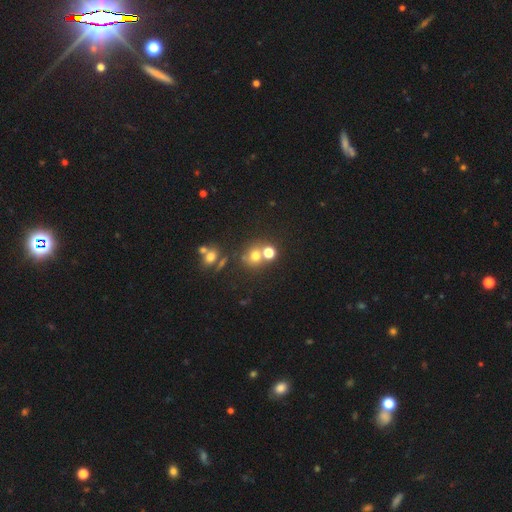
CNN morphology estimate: The model was most divided on "merging": none: 53%, merger: 34%, minor disturbance: 9%, major disturbance: 5%. More confident: how rounded — round (81%); smooth or featured — smooth (66%).